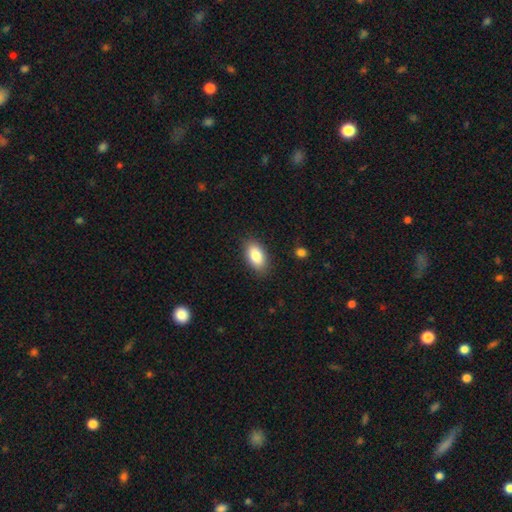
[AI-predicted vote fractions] This is clearly a smooth galaxy (86%). How rounded: clearly in between (92%). Merging: clearly none (86%).